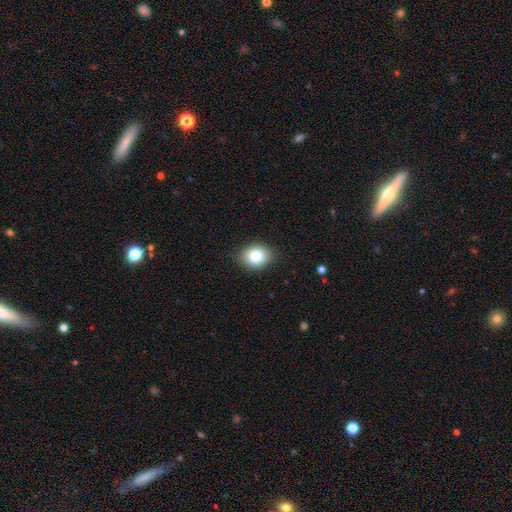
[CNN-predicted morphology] Smooth or featured? smooth (84%)
How rounded? in between (50%)
Merging? none (86%)